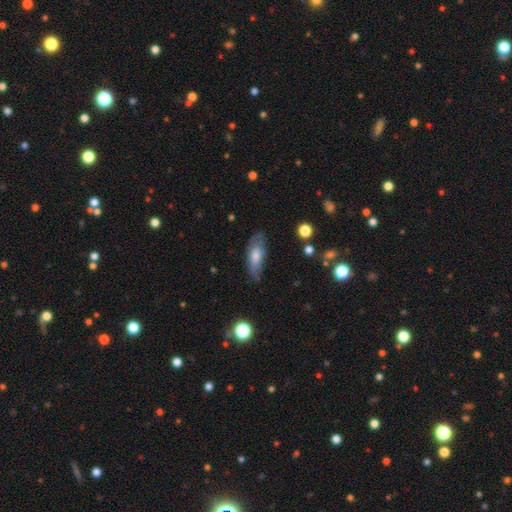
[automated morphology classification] smooth-or-featured: smooth: 64% | featured or disk: 28% | star or artifact: 8%
  how-rounded: in between: 68% | cigar-shaped: 29% | round: 3%
  merging: none: 71% | minor disturbance: 22% | major disturbance: 6% | merger: 2%